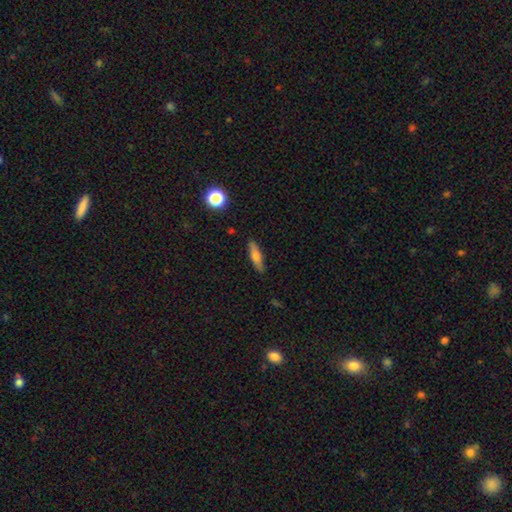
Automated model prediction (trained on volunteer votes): The model was most divided on "smooth or featured": smooth: 65%, featured or disk: 27%, star or artifact: 8%. More confident: merging — none (86%); how rounded — cigar-shaped (71%).